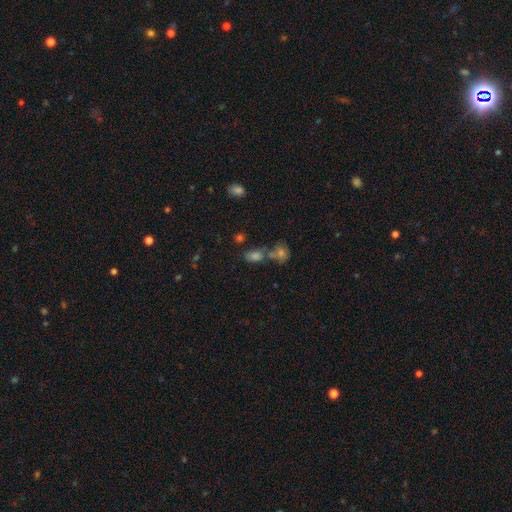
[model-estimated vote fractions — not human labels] Smooth or featured? smooth (59%)
How rounded? in between (70%)
Merging? none (46%)